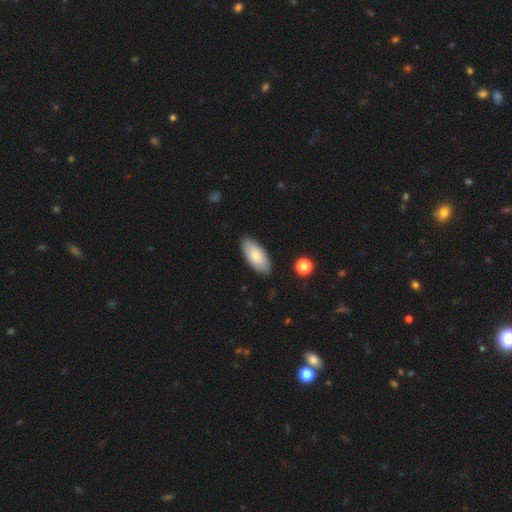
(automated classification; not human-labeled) Q: Smooth or featured?
A: smooth (79%); runner-up: featured or disk (15%)
Q: How rounded?
A: in between (90%); runner-up: cigar-shaped (8%)
Q: Merging?
A: none (87%); runner-up: minor disturbance (10%)